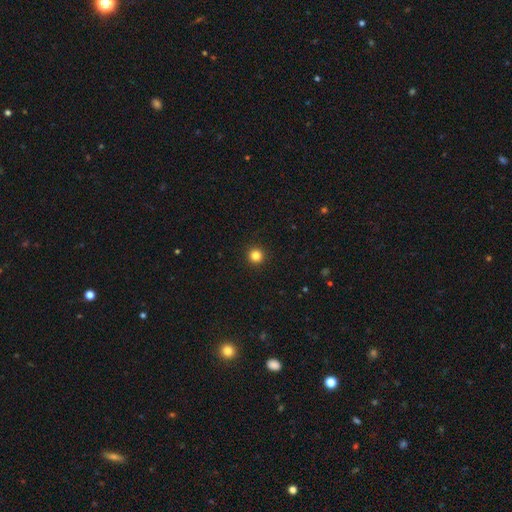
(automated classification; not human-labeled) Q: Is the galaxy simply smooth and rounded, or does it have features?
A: smooth — 83%.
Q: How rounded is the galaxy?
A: round — 96%.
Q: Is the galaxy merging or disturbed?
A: none — 94%.